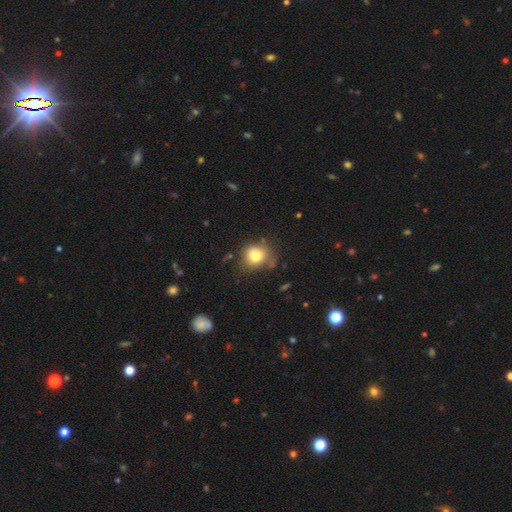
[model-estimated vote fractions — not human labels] This is likely a smooth galaxy (79%). How rounded: likely round (75%). Merging: likely none (62%).